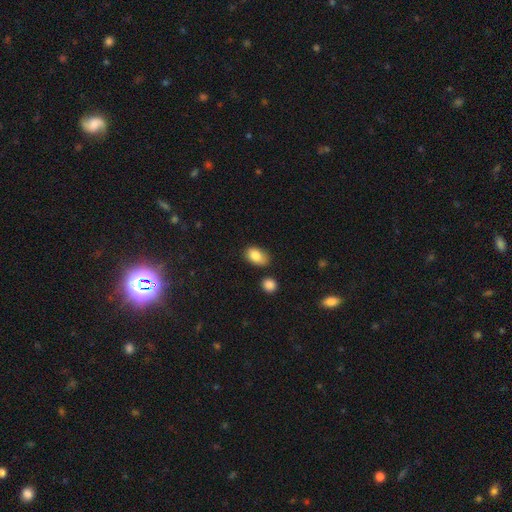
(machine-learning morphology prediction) type=smooth (85%); roundness=in between (86%); merging=none (67%).